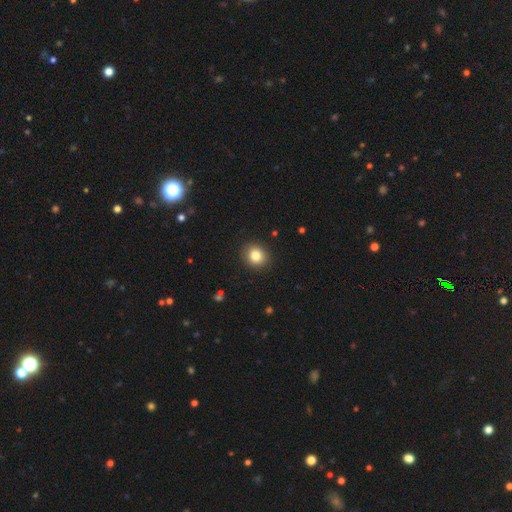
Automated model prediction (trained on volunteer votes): smooth 83%, star or artifact 10%, featured or disk 7%. Down the decision tree: how rounded — round (73%); merging — none (90%).